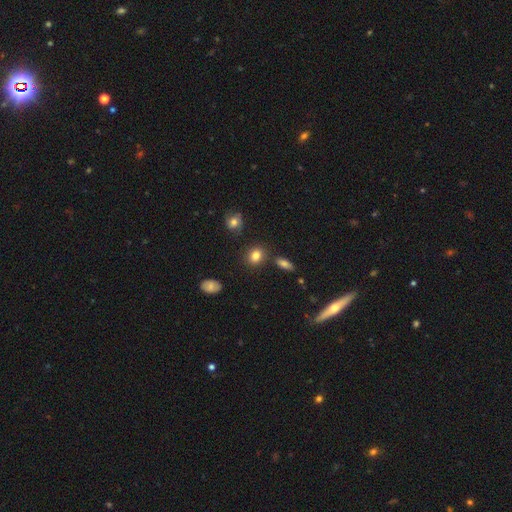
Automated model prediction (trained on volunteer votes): This is clearly a smooth galaxy (81%). How rounded: possibly round (58%). Merging: clearly none (83%).